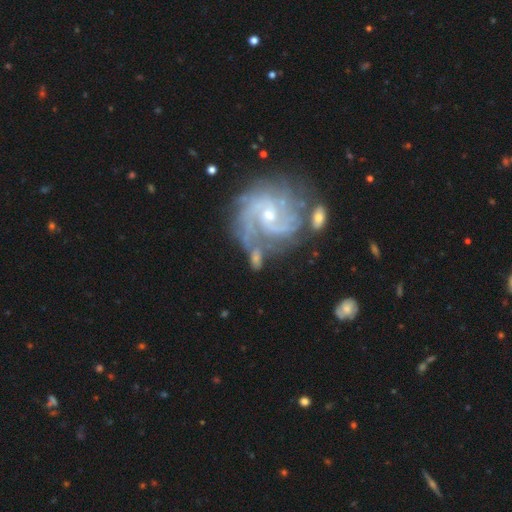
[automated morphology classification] smooth_or_featured: featured or disk (p=0.78) [alt: smooth p=0.14]
disk_edge_on: no (p=0.97) [alt: yes p=0.03]
bar: no (p=0.52) [alt: weak p=0.36]
has_spiral_arms: yes (p=0.94) [alt: no p=0.06]
spiral_winding: tight (p=0.44) [alt: medium p=0.43]
spiral_arm_count: 2 (p=0.52) [alt: 3 p=0.17]
bulge_size: small (p=0.50) [alt: moderate p=0.41]
merging: none (p=0.44) [alt: merger p=0.22]